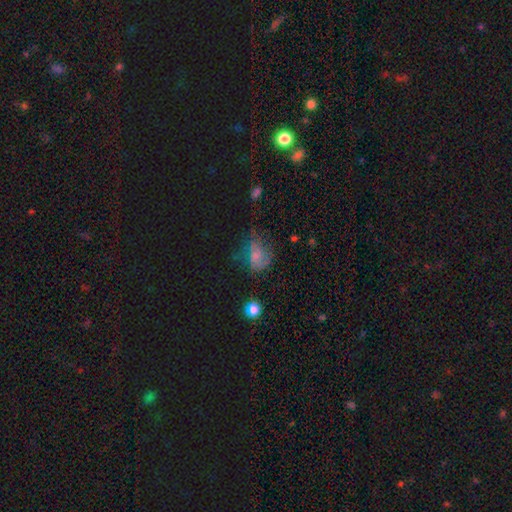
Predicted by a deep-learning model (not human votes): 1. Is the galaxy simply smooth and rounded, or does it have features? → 47% smooth, 31% featured or disk, 22% star or artifact.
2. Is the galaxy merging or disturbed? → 41% none, 28% major disturbance, 27% minor disturbance, 4% merger.